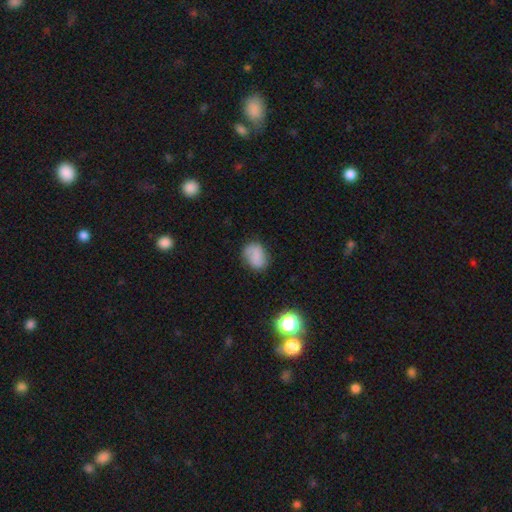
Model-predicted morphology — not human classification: This appears to be a smooth galaxy with no disk features (64%) that is in between round and cigar-shaped (64%). Merging: none (70%).